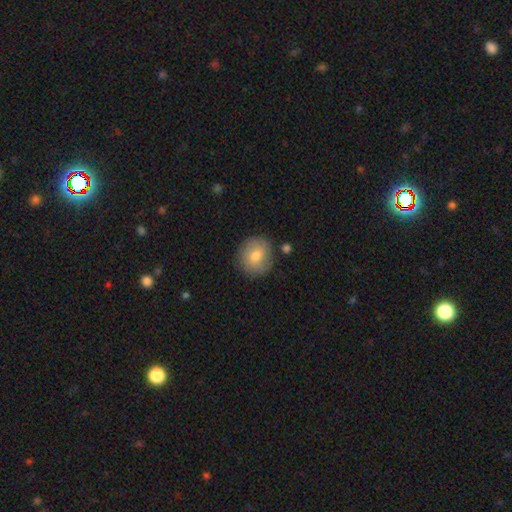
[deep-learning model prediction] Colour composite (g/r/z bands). It shows a smooth galaxy with no disk features (77%) that is round (79%). Merging: none (81%).